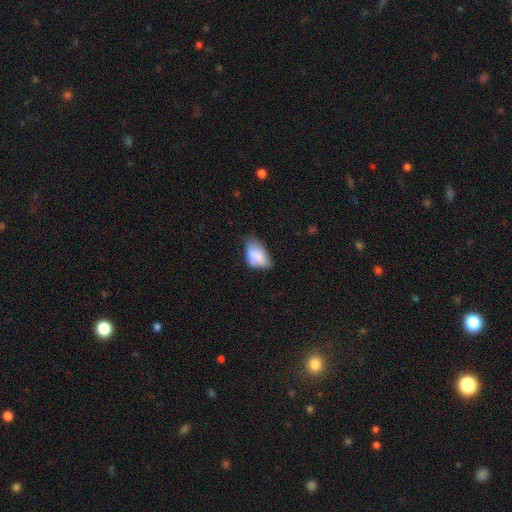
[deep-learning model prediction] smooth_or_featured: smooth (p=0.76) [alt: featured or disk p=0.16]
how_rounded: in between (p=0.91) [alt: round p=0.07]
merging: minor disturbance (p=0.45) [alt: none p=0.34]